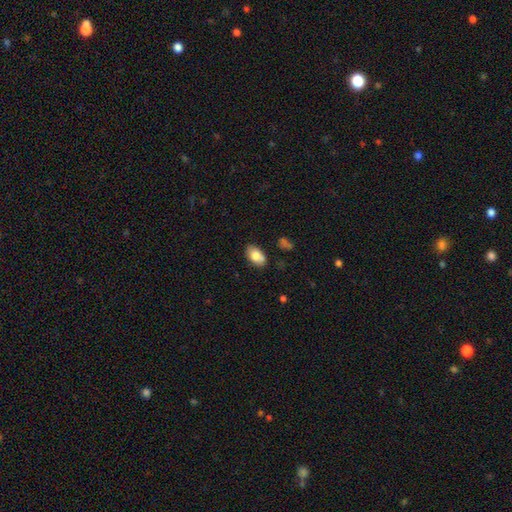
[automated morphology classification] The model was most divided on "smooth or featured": smooth: 77%, featured or disk: 16%, star or artifact: 7%. More confident: how rounded — in between (92%); merging — none (79%).